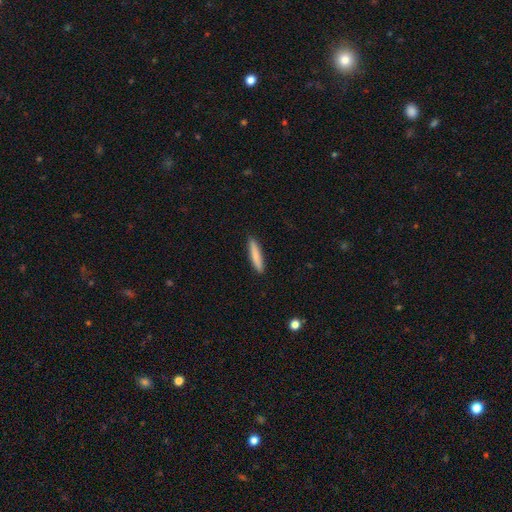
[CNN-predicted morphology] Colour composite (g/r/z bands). It shows a smooth galaxy with no disk features (83%) that is cigar-shaped (89%). Merging: none (91%).